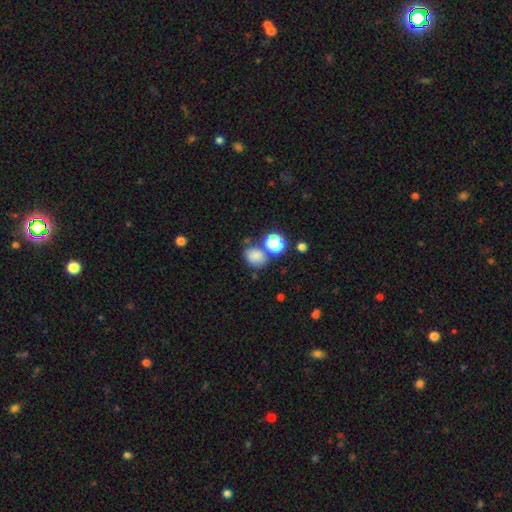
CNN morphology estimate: Smooth or featured? smooth (77%)
How rounded? round (52%)
Merging? none (59%)